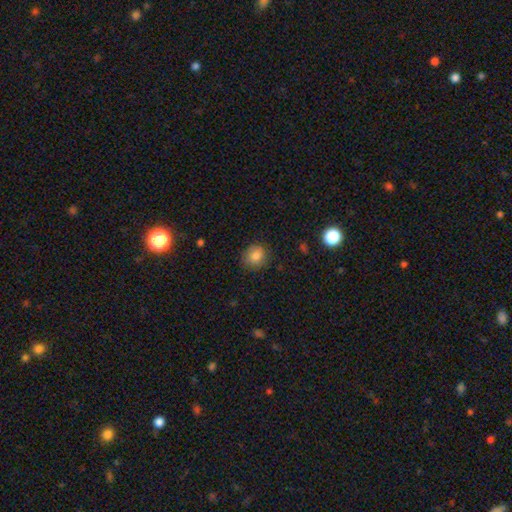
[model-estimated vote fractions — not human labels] This appears to be a smooth galaxy with no disk features (82%) that is round (71%). Merging: none (81%).